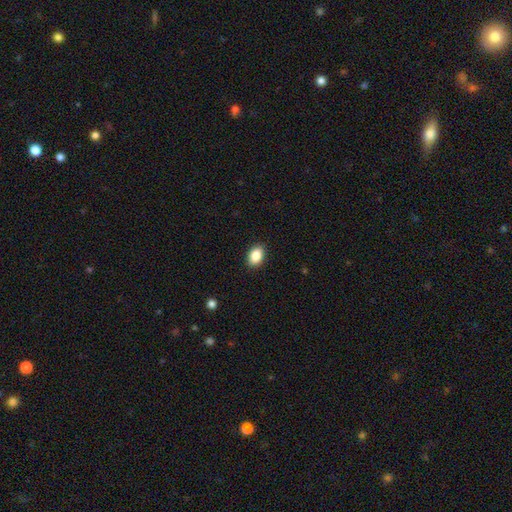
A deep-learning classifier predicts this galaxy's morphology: This appears to be a smooth galaxy with no disk features (88%) that is in between round and cigar-shaped (82%). Merging: none (89%).